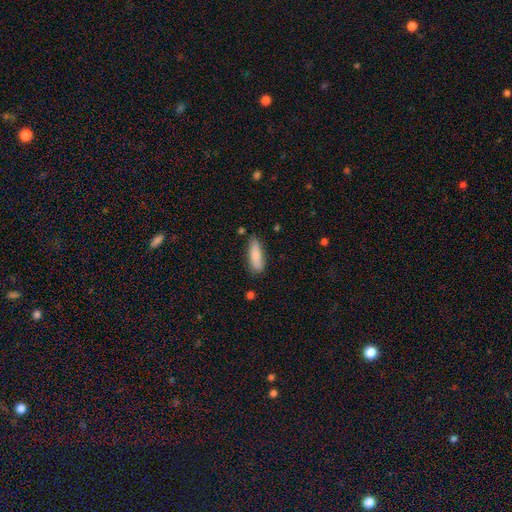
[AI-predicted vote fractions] Smooth or featured: smooth — 81% (featured or disk — 13%)
How rounded: in between — 53% (cigar-shaped — 45%)
Merging: none — 75% (minor disturbance — 19%)